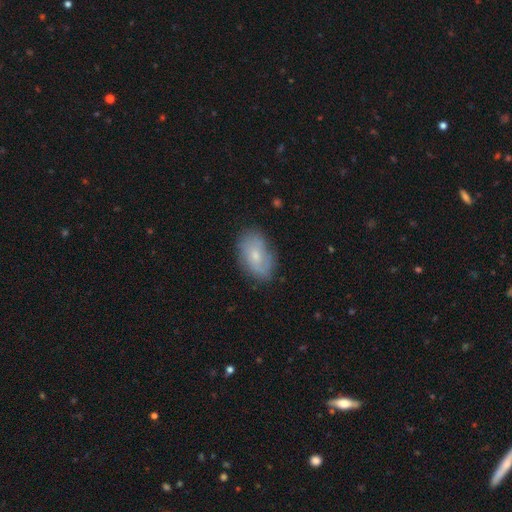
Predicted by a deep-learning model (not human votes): This is possibly a smooth galaxy (59%). How rounded: clearly in between (90%). Merging: likely none (76%).